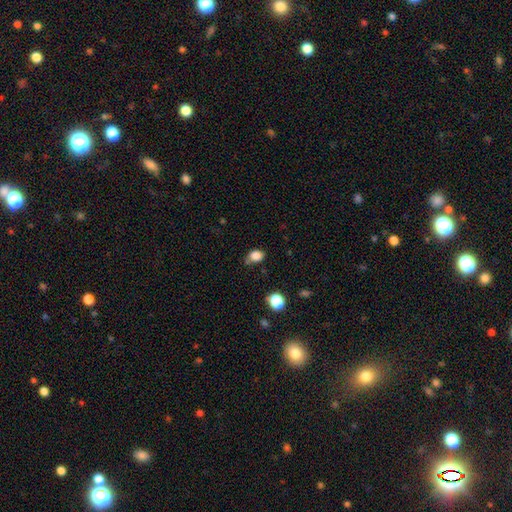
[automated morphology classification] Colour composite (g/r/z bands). It shows a smooth galaxy with no disk features (83%) that is in between round and cigar-shaped (65%). Merging: none (56%).